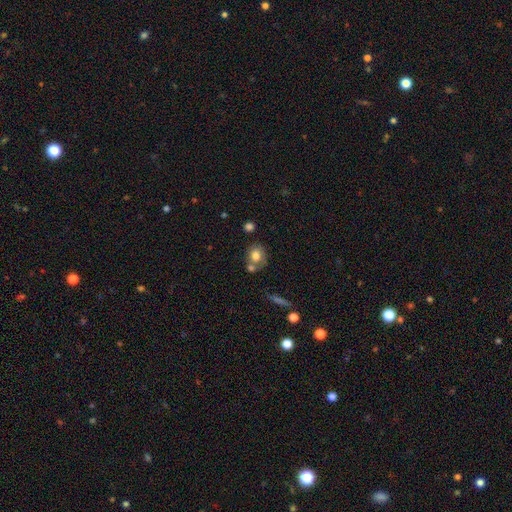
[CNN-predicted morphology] A smooth galaxy with no disk features (75%) that is round (55%). Merging: none (53%).